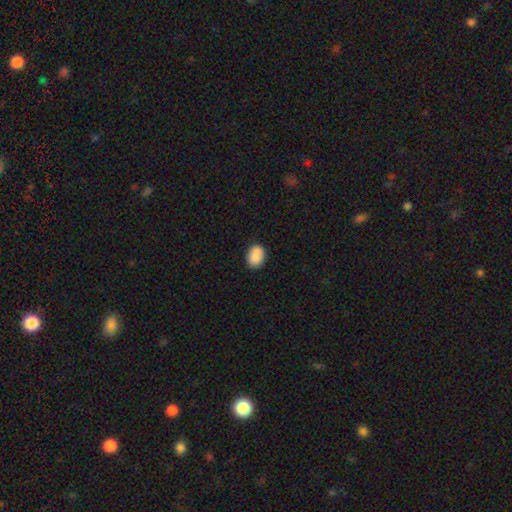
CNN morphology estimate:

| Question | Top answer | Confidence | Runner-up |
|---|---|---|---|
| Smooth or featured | smooth | 87% | star or artifact (8%) |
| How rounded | in between | 70% | round (29%) |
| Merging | none | 80% | minor disturbance (14%) |